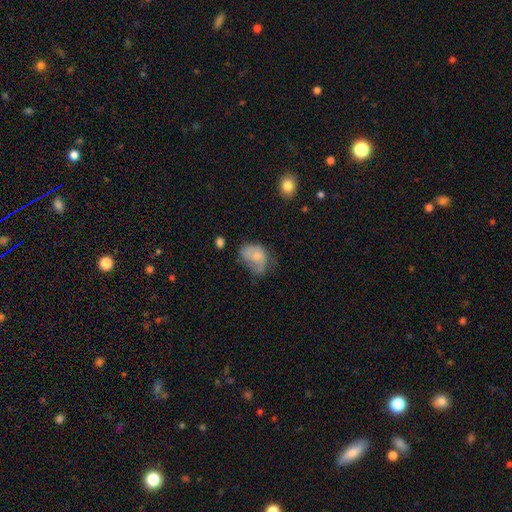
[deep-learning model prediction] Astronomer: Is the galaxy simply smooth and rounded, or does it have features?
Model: smooth — 62%.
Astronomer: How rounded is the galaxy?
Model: in between — 74%.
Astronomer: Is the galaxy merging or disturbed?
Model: major disturbance — 34% (runner-up: minor disturbance, 32%).